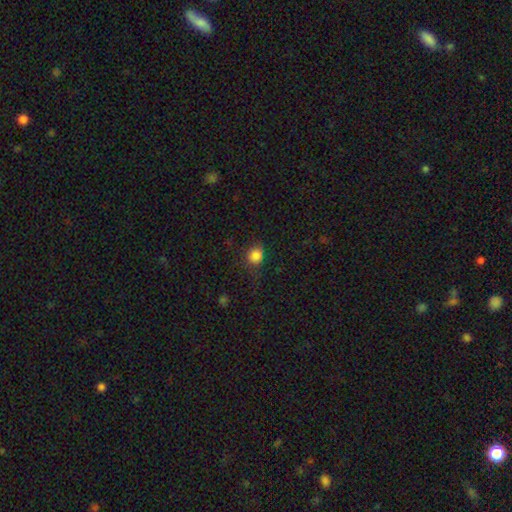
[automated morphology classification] Smooth or featured? Predicted: smooth (p=0.84). How rounded? Predicted: round (p=0.76). Merging? Predicted: none (p=0.70).